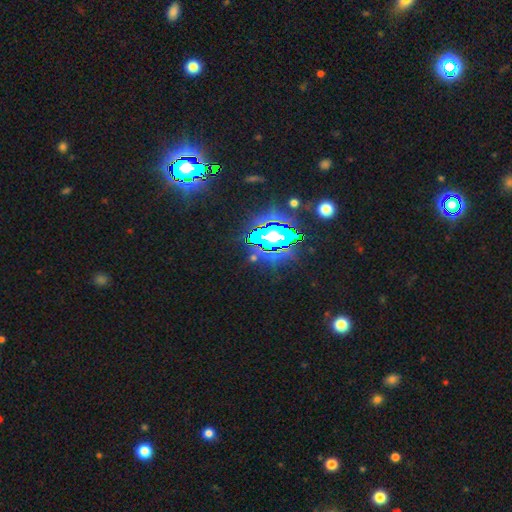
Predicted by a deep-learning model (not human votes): star or artifact 73%, smooth 14%, featured or disk 13%.